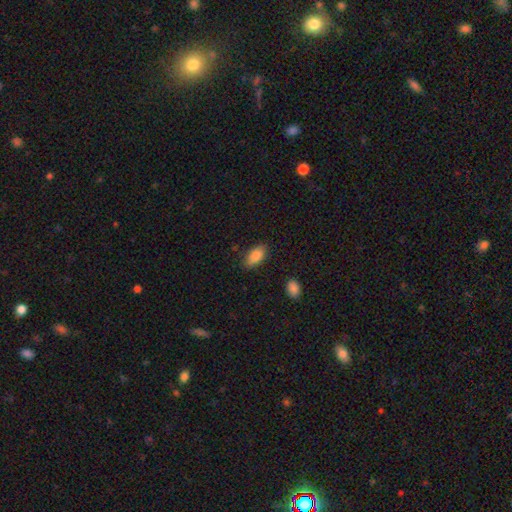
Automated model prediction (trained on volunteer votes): Q: Smooth or featured?
A: smooth (86%); runner-up: featured or disk (7%)
Q: How rounded?
A: in between (89%); runner-up: cigar-shaped (8%)
Q: Merging?
A: none (83%); runner-up: minor disturbance (12%)